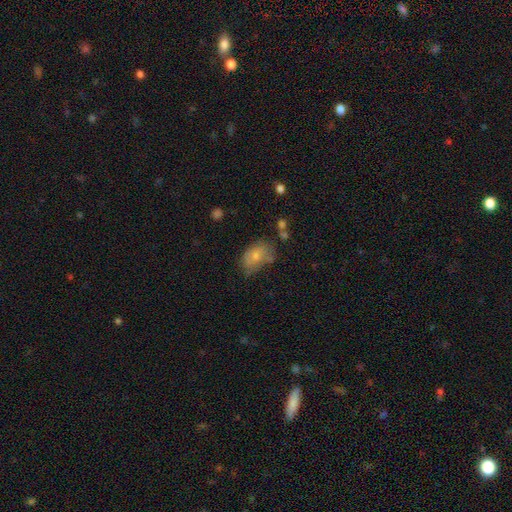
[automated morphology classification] Overall: smooth (69%). How rounded: in between (84%). Merging: none (46%; minor disturbance 34%).